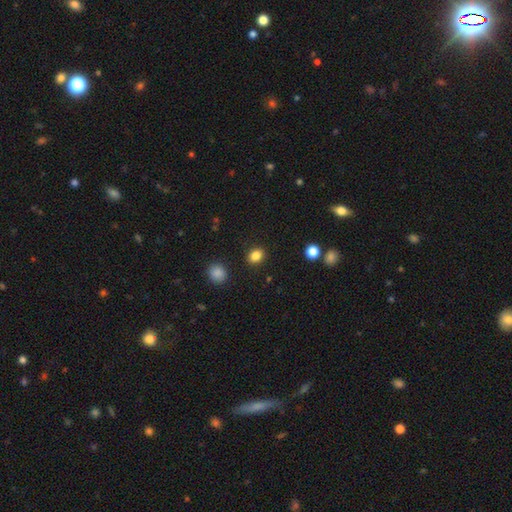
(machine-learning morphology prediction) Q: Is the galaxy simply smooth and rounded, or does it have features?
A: smooth — 85%.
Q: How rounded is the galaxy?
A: round — 55%.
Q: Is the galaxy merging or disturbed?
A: none — 89%.